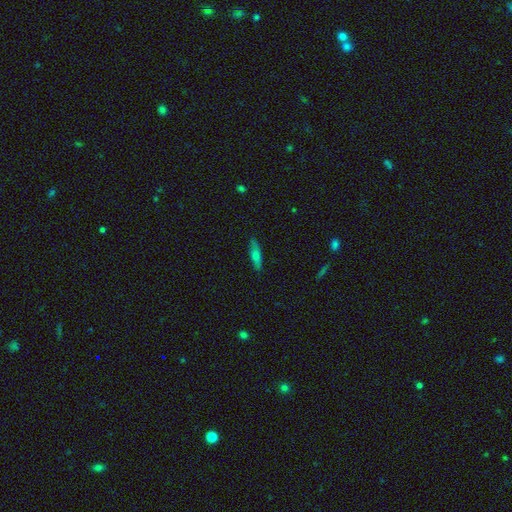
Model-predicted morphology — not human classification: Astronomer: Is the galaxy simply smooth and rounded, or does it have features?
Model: smooth — 56% (runner-up: featured or disk, 36%).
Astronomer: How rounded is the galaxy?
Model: cigar-shaped — 68%.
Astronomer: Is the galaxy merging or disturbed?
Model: none — 87%.